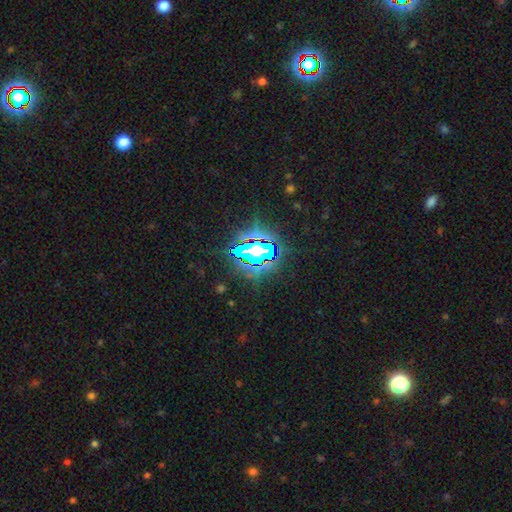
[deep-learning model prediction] Q: Smooth or featured?
A: star or artifact (81%); runner-up: smooth (11%)